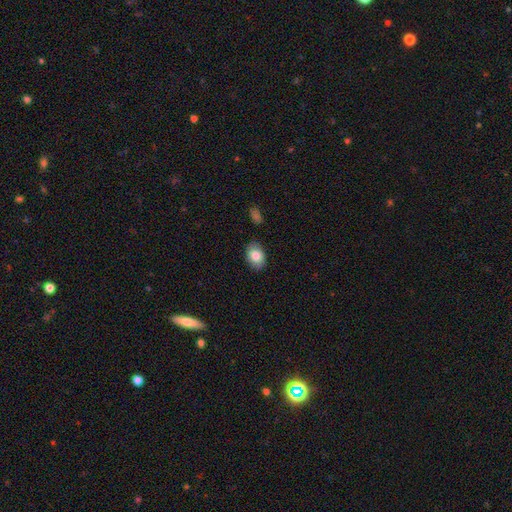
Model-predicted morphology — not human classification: type=smooth (81%); roundness=in between (81%); merging=none (84%).